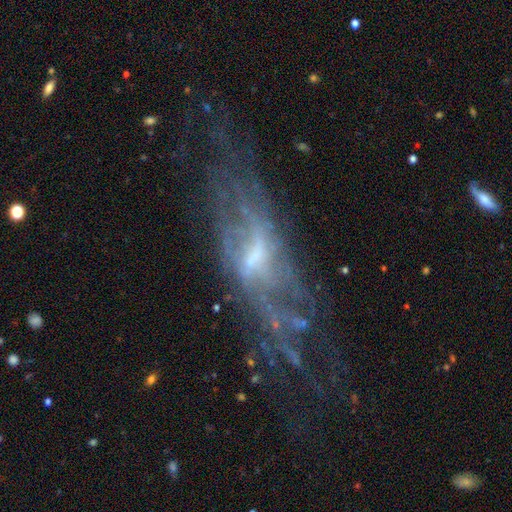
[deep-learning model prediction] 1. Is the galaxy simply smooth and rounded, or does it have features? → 75% featured or disk, 14% smooth, 11% star or artifact.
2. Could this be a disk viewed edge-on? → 79% no, 21% yes.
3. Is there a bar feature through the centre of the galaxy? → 46% weak, 30% no, 24% strong.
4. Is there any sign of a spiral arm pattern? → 67% yes, 33% no.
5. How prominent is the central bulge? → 50% small, 30% moderate, 15% none, 3% large, 1% dominant.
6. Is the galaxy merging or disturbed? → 49% none, 26% major disturbance, 20% minor disturbance, 4% merger.